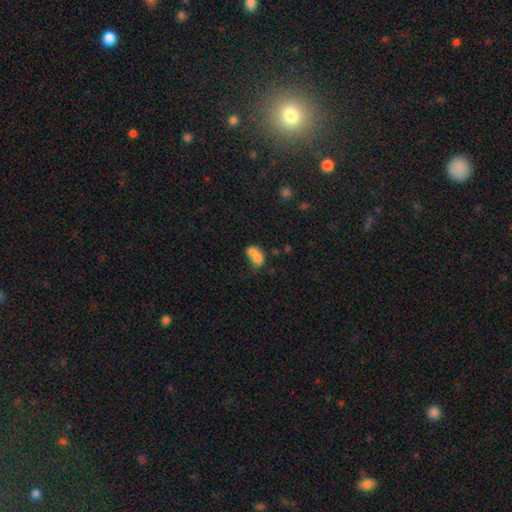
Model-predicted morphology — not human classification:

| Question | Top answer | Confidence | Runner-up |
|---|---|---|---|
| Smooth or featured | smooth | 71% | featured or disk (19%) |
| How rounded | in between | 58% | round (40%) |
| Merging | merger | 68% | none (19%) |